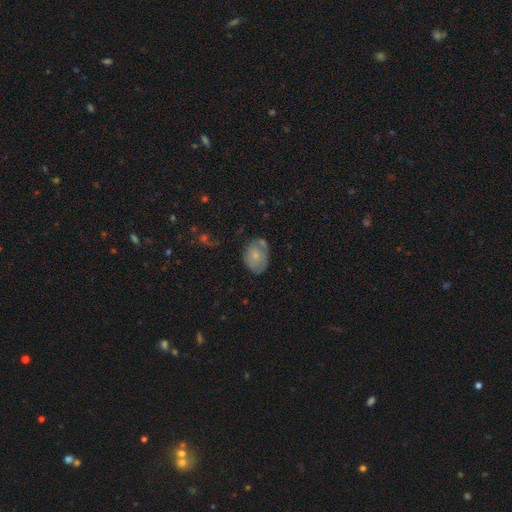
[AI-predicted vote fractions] smooth 63%, featured or disk 29%, star or artifact 8%. Down the decision tree: how rounded — in between (67%); merging — none (50%).